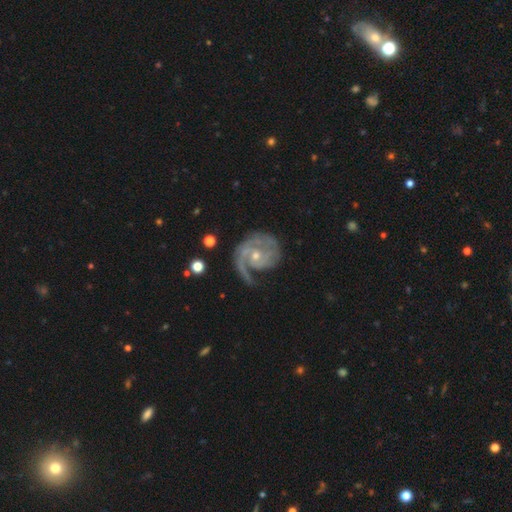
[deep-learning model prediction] Overall: featured or disk (89%). Edge-on disk: no (98%). Bar: no (65%; weak 28%). Spiral arms: yes (97%). Spiral arm count: 2 (46%; 1 27%). Spiral winding: tight (54%; medium 35%). Bulge size: small (62%; moderate 34%). Merging: none (58%; minor disturbance 22%).